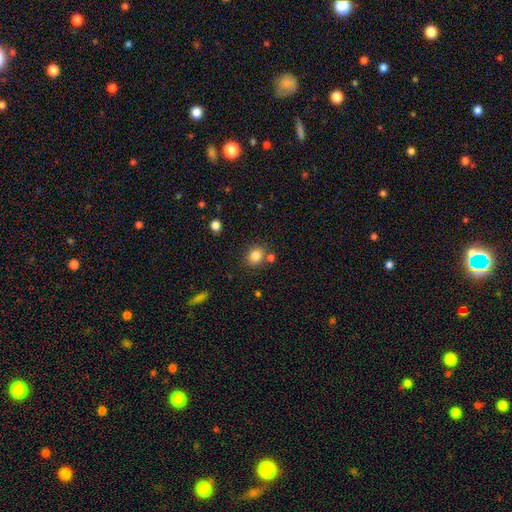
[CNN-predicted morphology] Overall: smooth (83%). How rounded: round (73%). Merging: none (74%).